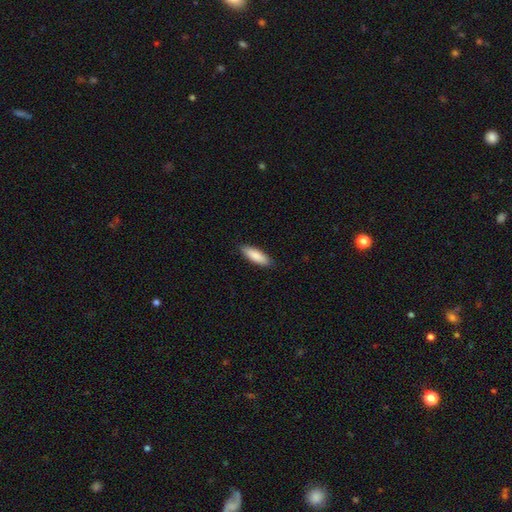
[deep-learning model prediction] Smooth or featured?
  - smooth: 87% *
  - featured or disk: 8%
  - star or artifact: 5%
How rounded?
  - in between: 53% *
  - cigar-shaped: 46%
  - round: 1%
Merging?
  - none: 89% *
  - minor disturbance: 9%
  - major disturbance: 2%
  - merger: 1%